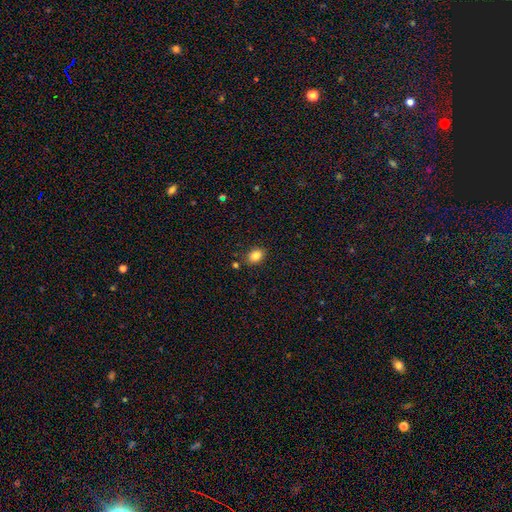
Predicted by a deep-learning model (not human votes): Smooth or featured? Predicted: smooth (p=0.84). How rounded? Predicted: in between (p=0.71). Merging? Predicted: none (p=0.84).